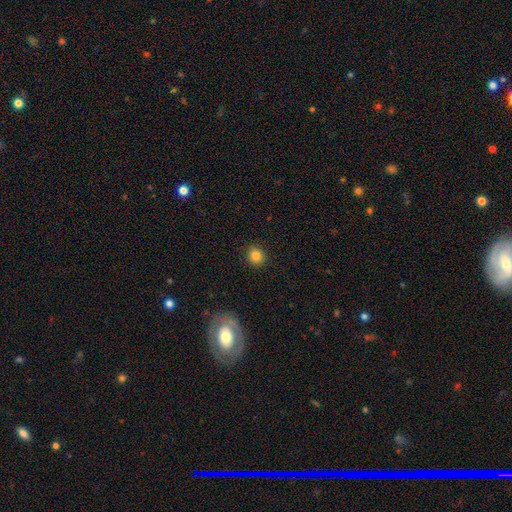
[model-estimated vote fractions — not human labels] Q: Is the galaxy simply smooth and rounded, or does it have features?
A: smooth — 82%.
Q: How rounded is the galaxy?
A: round — 91%.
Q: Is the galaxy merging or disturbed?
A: none — 91%.